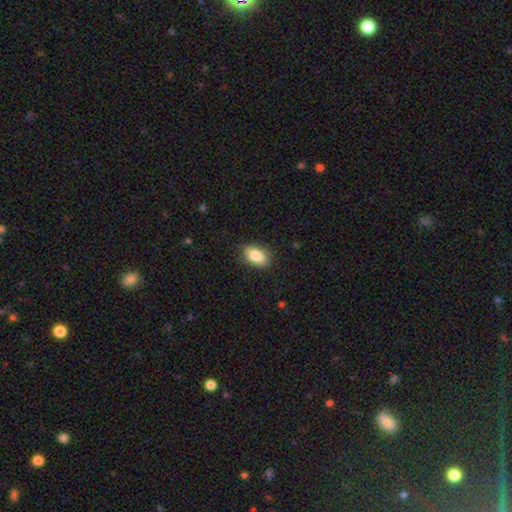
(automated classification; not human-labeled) smooth-or-featured: smooth: 84% | featured or disk: 10% | star or artifact: 7%
  how-rounded: in between: 89% | cigar-shaped: 6% | round: 5%
  merging: none: 85% | minor disturbance: 11% | major disturbance: 2% | merger: 1%